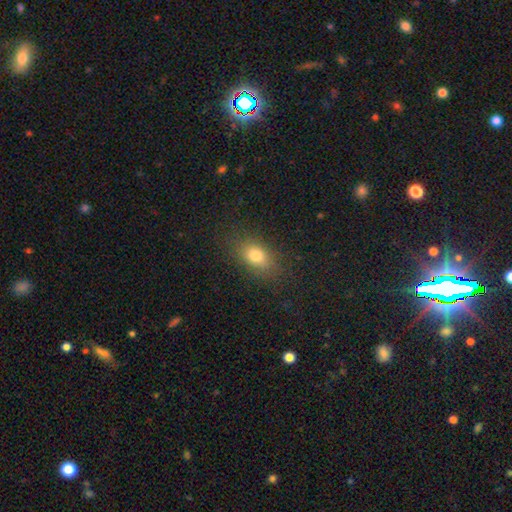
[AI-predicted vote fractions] Smooth or featured? smooth (77%)
How rounded? in between (77%)
Merging? none (82%)